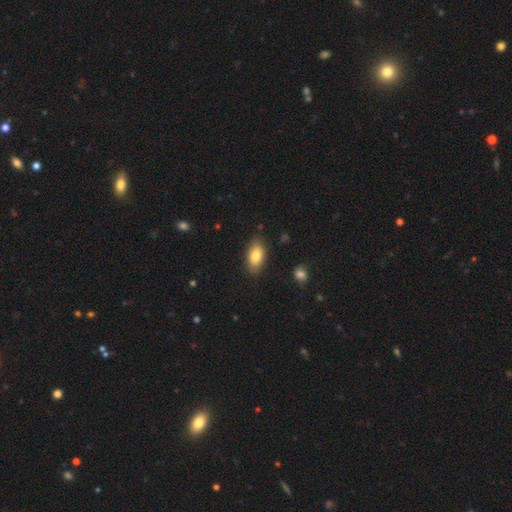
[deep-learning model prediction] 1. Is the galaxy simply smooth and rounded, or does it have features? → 82% smooth, 11% featured or disk, 7% star or artifact.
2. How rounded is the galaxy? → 91% in between, 5% cigar-shaped, 4% round.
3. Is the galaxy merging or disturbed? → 84% none, 12% minor disturbance, 3% major disturbance, 1% merger.